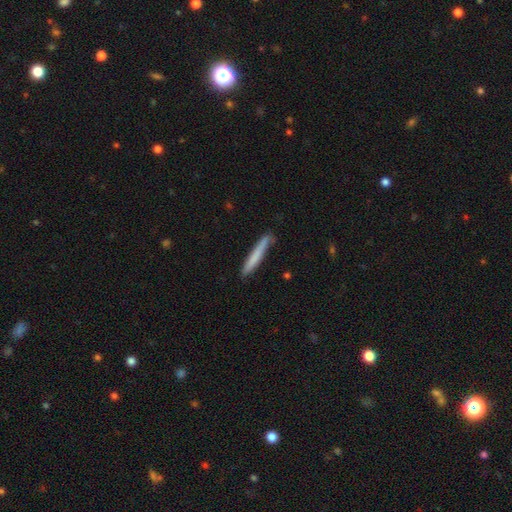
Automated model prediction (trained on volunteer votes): Smooth or featured? Predicted: smooth (p=0.71). How rounded? Predicted: cigar-shaped (p=0.96). Merging? Predicted: none (p=0.83).